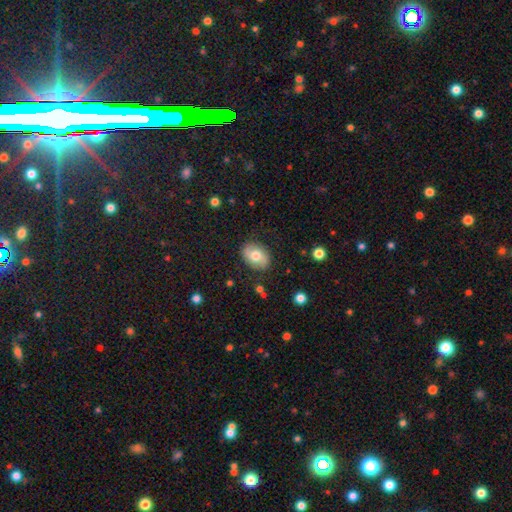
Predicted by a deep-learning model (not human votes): Q: Smooth or featured?
A: smooth (63%); runner-up: featured or disk (29%)
Q: How rounded?
A: in between (69%); runner-up: round (30%)
Q: Merging?
A: none (83%); runner-up: minor disturbance (12%)